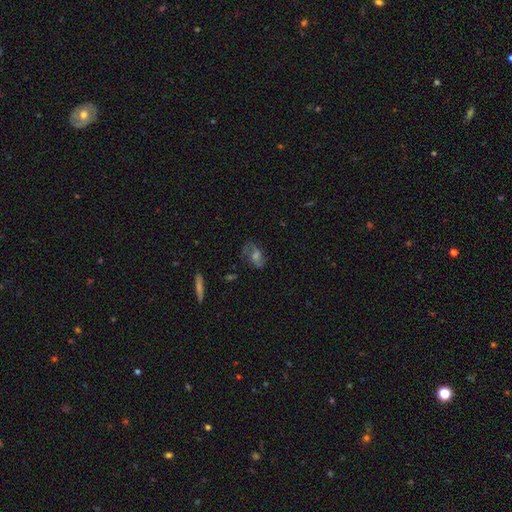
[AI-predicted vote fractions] This appears to be a featured or disk galaxy (68%) with no bar (49%), 2 (77%) medium (48%) spiral arms (88%) and a moderate central bulge (56%). Merging: none (74%).